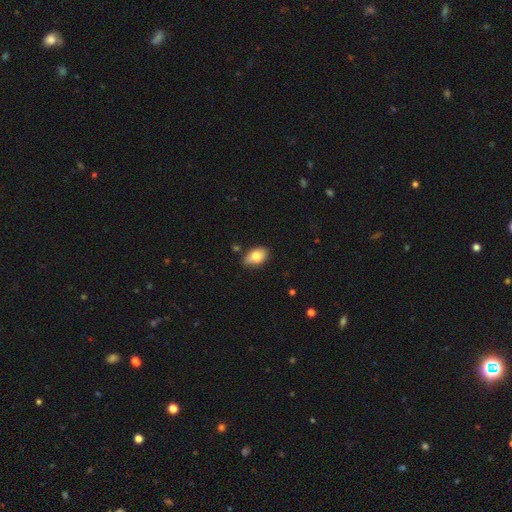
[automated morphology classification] Smooth or featured? smooth (78%)
How rounded? in between (88%)
Merging? none (72%)